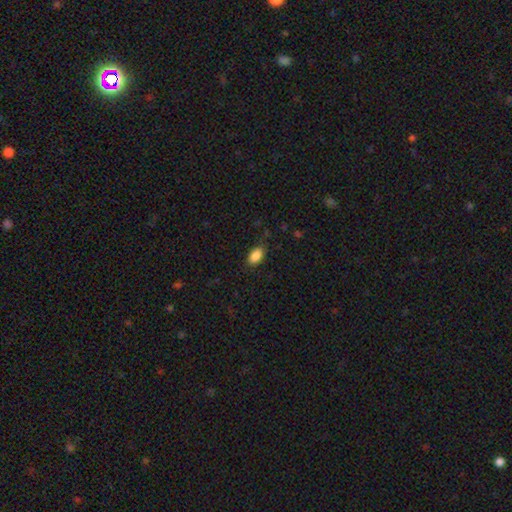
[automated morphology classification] Overall: smooth (88%). How rounded: in between (92%). Merging: none (83%).